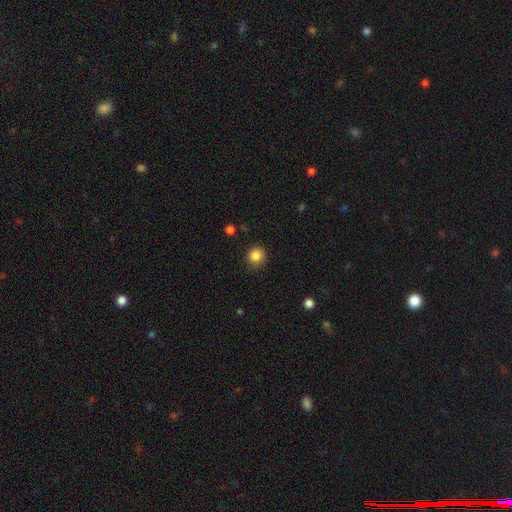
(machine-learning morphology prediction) A smooth galaxy with no disk features (85%) that is round (90%). Merging: none (87%).